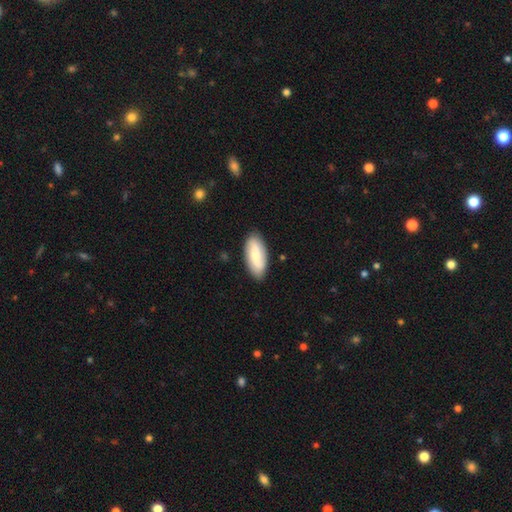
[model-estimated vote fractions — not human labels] Smooth or featured: smooth — 61% (featured or disk — 34%)
How rounded: in between — 85% (cigar-shaped — 13%)
Merging: none — 87% (minor disturbance — 10%)